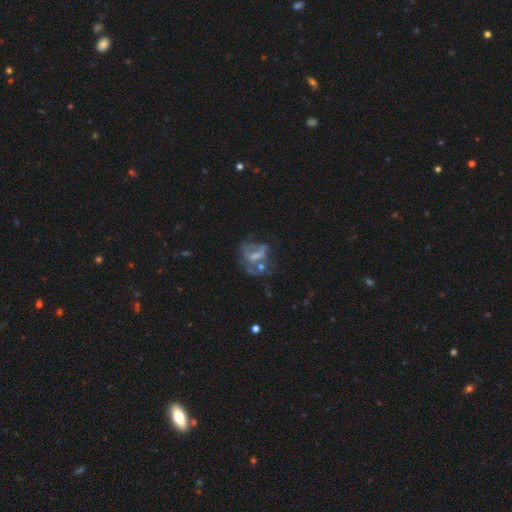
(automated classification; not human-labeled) Morphology: type=featured or disk (57%); edge-on=no (97%); bar=no (58%); spiral arms=no (72%); bulge=none (44%); merging=major disturbance (39%).